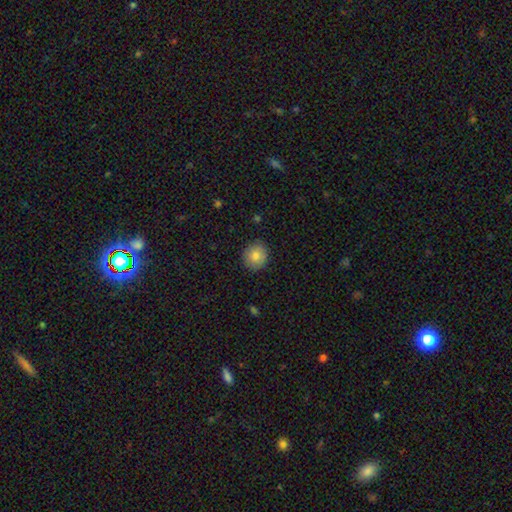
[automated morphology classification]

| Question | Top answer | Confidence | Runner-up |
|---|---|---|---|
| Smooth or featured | smooth | 82% | featured or disk (10%) |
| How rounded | round | 87% | in between (12%) |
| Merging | none | 88% | minor disturbance (9%) |